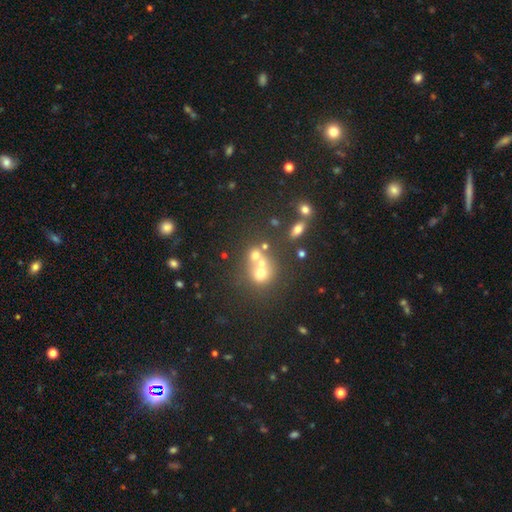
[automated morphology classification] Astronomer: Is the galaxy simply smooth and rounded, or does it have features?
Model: smooth — 58%.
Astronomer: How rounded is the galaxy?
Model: round — 75%.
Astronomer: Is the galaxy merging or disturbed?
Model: merger — 51% (runner-up: none, 36%).